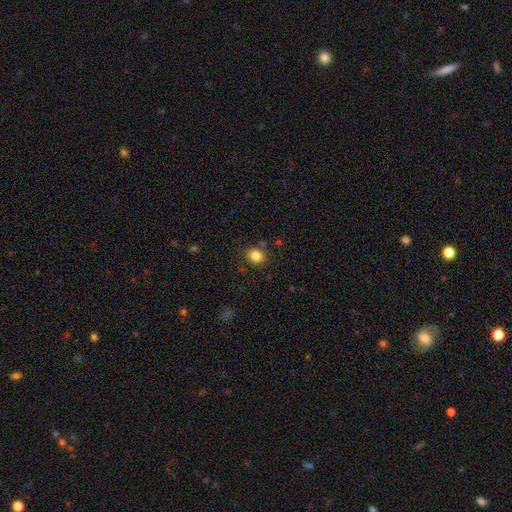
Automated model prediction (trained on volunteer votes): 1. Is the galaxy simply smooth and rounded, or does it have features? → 83% smooth, 12% star or artifact, 5% featured or disk.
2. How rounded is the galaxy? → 78% round, 21% in between, 1% cigar-shaped.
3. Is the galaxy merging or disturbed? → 84% none, 9% minor disturbance, 4% merger, 3% major disturbance.